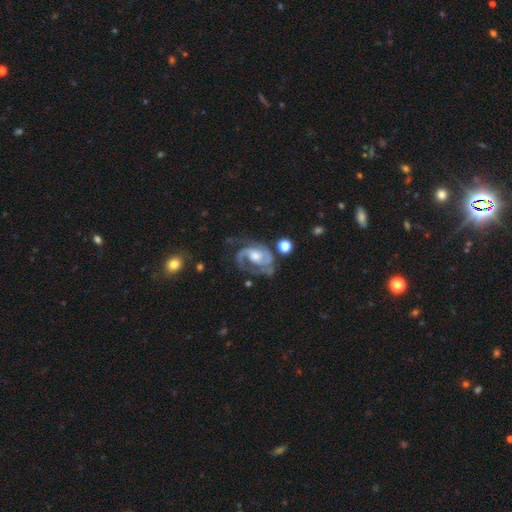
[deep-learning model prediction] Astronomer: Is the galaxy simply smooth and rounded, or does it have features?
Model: featured or disk — 89%.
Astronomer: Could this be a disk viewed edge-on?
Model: no — 98%.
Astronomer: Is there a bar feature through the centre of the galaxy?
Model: no — 56% (runner-up: weak, 35%).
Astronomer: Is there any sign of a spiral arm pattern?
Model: yes — 97%.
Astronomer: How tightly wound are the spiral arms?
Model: medium — 49% (runner-up: tight, 38%).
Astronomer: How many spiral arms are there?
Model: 2 — 74%.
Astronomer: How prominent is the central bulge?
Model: moderate — 53%.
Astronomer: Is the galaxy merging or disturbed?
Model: none — 55%.